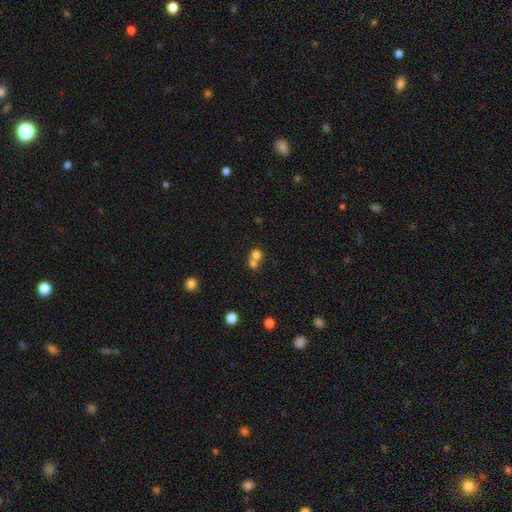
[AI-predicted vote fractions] Smooth or featured: smooth — 73% (star or artifact — 14%)
How rounded: round — 82% (in between — 17%)
Merging: merger — 58% (none — 34%)